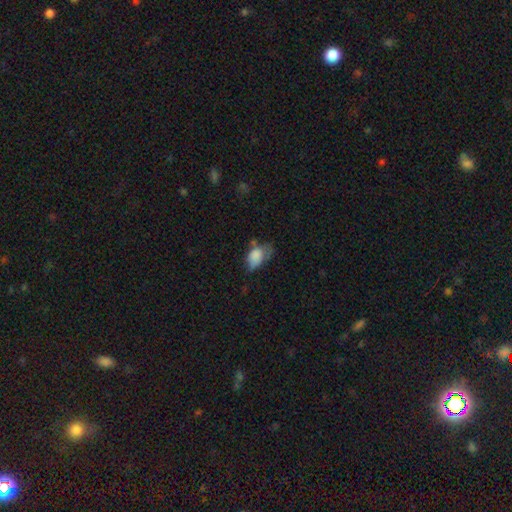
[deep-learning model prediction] smooth_or_featured: smooth (p=0.77) [alt: featured or disk p=0.14]
how_rounded: in between (p=0.88) [alt: round p=0.11]
merging: minor disturbance (p=0.38) [alt: major disturbance p=0.28]